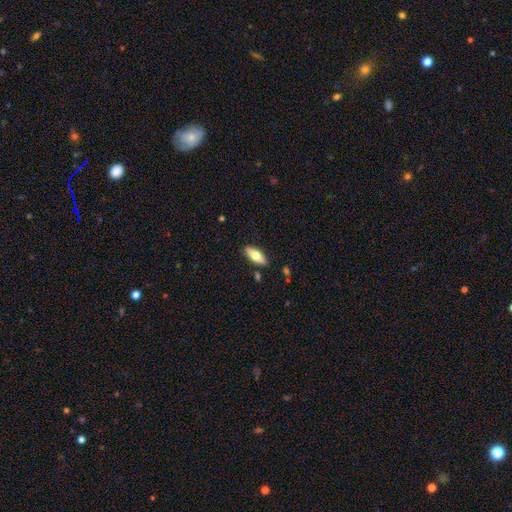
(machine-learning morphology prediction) smooth-or-featured: smooth: 67% | featured or disk: 27% | star or artifact: 6%
  how-rounded: in between: 74% | cigar-shaped: 24% | round: 2%
  merging: none: 86% | minor disturbance: 10% | merger: 2% | major disturbance: 2%